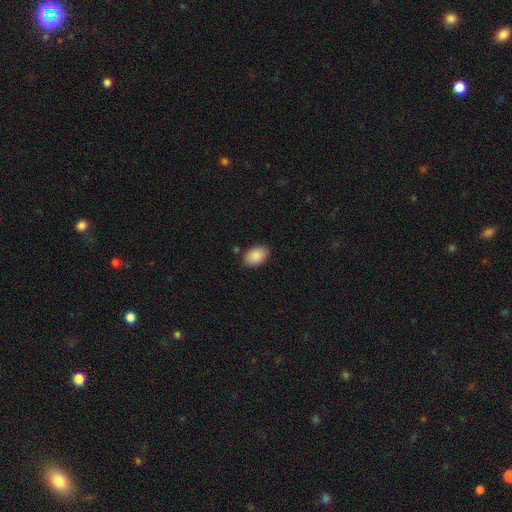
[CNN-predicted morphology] Smooth or featured?
  - smooth: 89% *
  - star or artifact: 6%
  - featured or disk: 4%
How rounded?
  - in between: 88% *
  - round: 11%
  - cigar-shaped: 1%
Merging?
  - none: 85% *
  - minor disturbance: 11%
  - major disturbance: 2%
  - merger: 2%